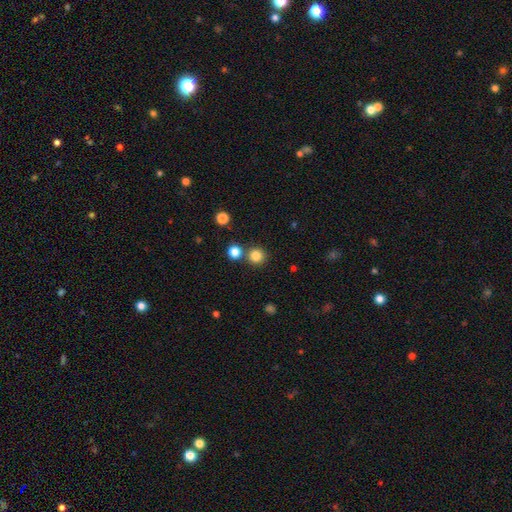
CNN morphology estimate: smooth-or-featured: smooth: 83% | star or artifact: 13% | featured or disk: 4%
  how-rounded: round: 93% | in between: 6% | cigar-shaped: 1%
  merging: none: 79% | merger: 12% | minor disturbance: 6% | major disturbance: 2%